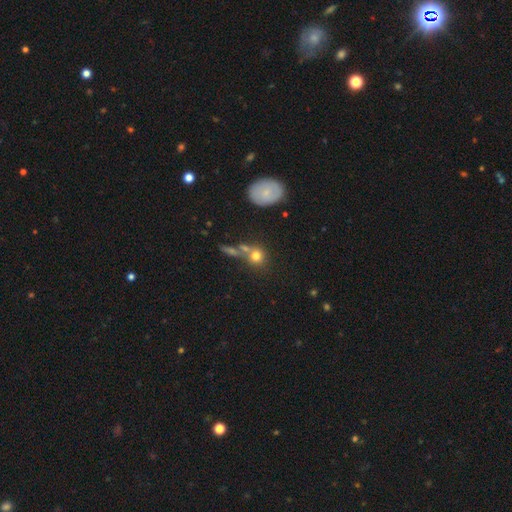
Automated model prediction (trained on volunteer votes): Morphology: type=smooth (72%); roundness=round (83%); merging=none (53%).